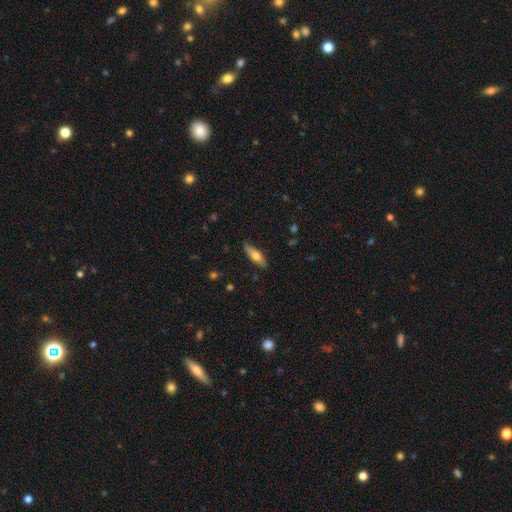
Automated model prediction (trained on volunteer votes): The model was most divided on "how rounded": cigar-shaped: 54%, in between: 43%, round: 2%. More confident: merging — none (83%); smooth or featured — smooth (62%).